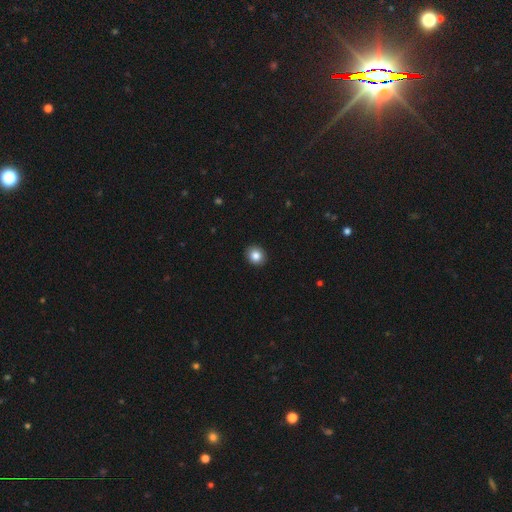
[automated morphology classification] smooth 84%, star or artifact 10%, featured or disk 6%. Down the decision tree: how rounded — round (78%); merging — none (92%).